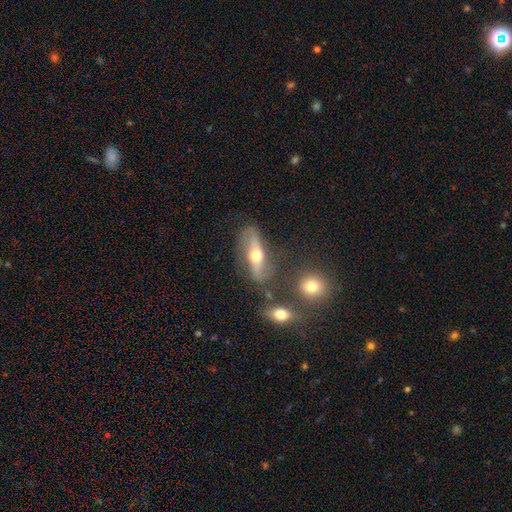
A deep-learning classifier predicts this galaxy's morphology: Smooth or featured?
  - featured or disk: 58% *
  - smooth: 34%
  - star or artifact: 8%
Edge-on disk?
  - yes: 52% *
  - no: 48%
Merging?
  - none: 66% *
  - minor disturbance: 17%
  - major disturbance: 9%
  - merger: 8%